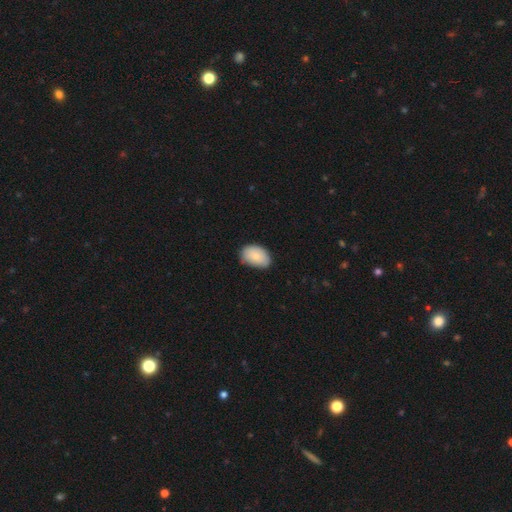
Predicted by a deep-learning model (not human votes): smooth-or-featured: smooth: 81% | featured or disk: 12% | star or artifact: 7%
  how-rounded: in between: 87% | round: 11% | cigar-shaped: 1%
  merging: none: 74% | minor disturbance: 21% | major disturbance: 3% | merger: 1%